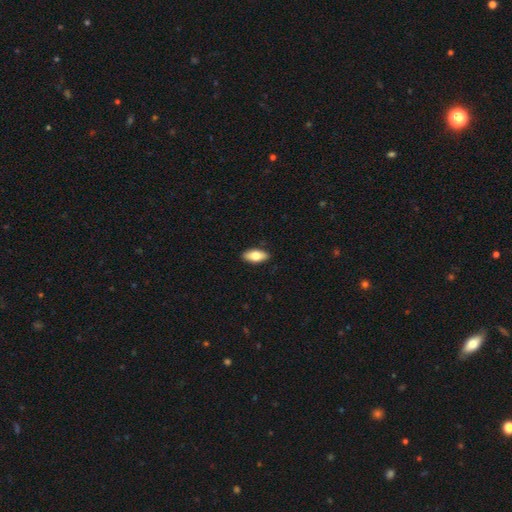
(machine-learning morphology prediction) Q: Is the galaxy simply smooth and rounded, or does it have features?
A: smooth — 75%.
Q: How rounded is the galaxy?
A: in between — 86%.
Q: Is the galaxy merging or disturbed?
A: none — 89%.